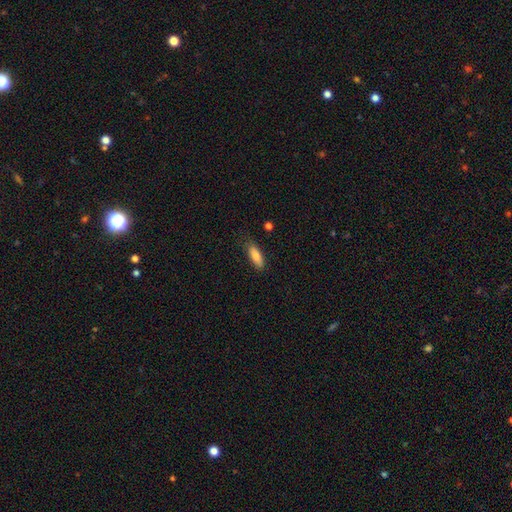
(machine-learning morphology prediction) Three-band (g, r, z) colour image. It shows a smooth galaxy with no disk features (84%) that is in between round and cigar-shaped (59%). Merging: none (77%).